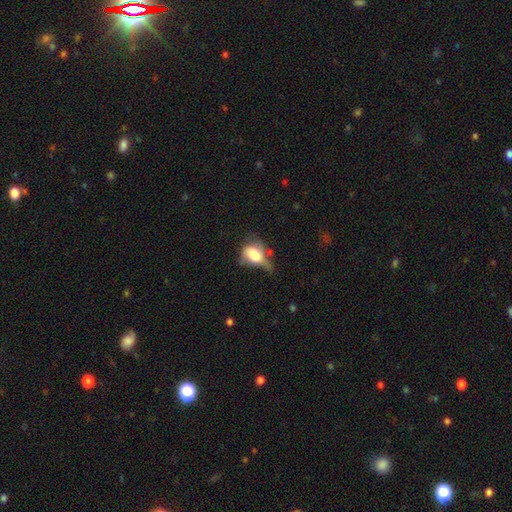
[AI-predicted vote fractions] Smooth or featured? Predicted: smooth (p=0.68). How rounded? Predicted: in between (p=0.72). Merging? Predicted: major disturbance (p=0.36).